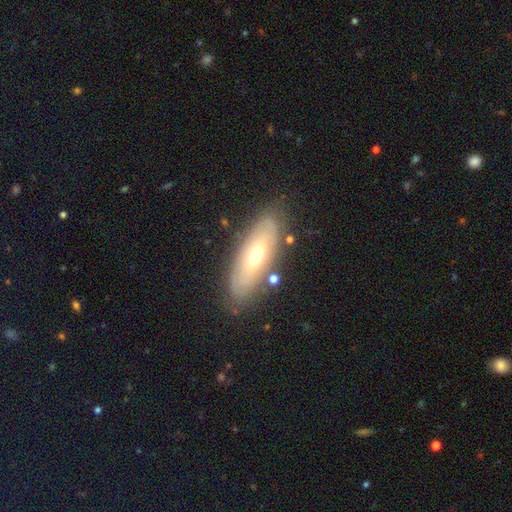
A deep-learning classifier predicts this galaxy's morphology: Smooth or featured? featured or disk (53%)
Edge-on disk? no (70%)
Merging? none (80%)